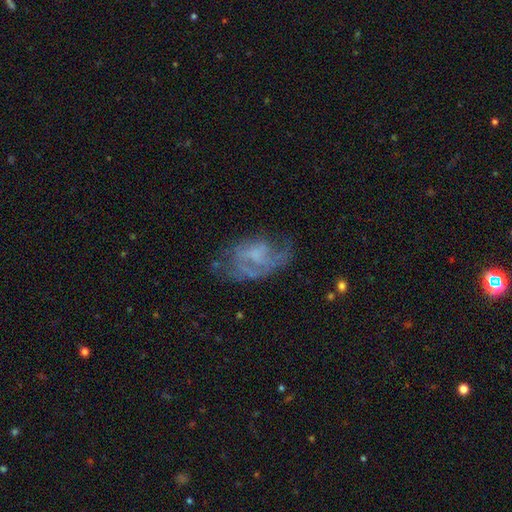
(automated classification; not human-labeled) featured or disk 66%, smooth 24%, star or artifact 11%. Down the decision tree: edge-on disk — no (97%); bar — no (65%); spiral arms — yes (68%); bulge size — none (51%); merging — none (44%).